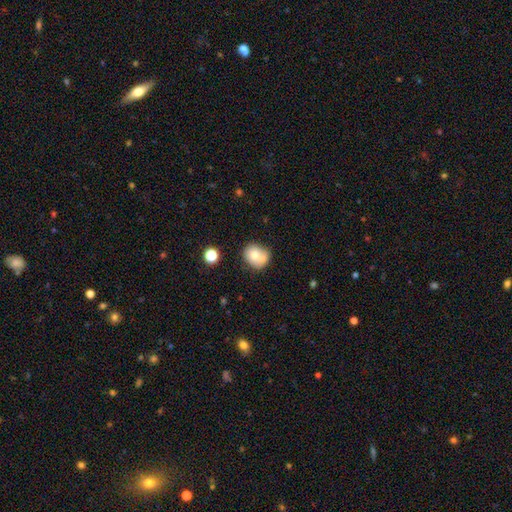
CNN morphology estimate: Smooth or featured: smooth — 72% (featured or disk — 18%)
How rounded: round — 64% (in between — 35%)
Merging: none — 43% (merger — 34%)